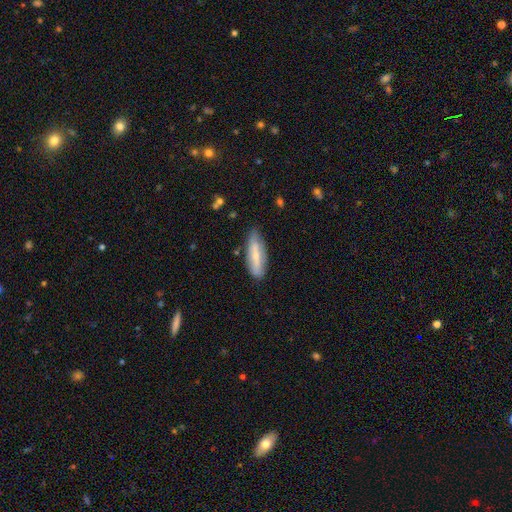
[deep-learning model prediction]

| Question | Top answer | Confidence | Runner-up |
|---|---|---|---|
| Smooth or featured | smooth | 55% | featured or disk (39%) |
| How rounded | in between | 55% | cigar-shaped (43%) |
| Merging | none | 74% | minor disturbance (20%) |